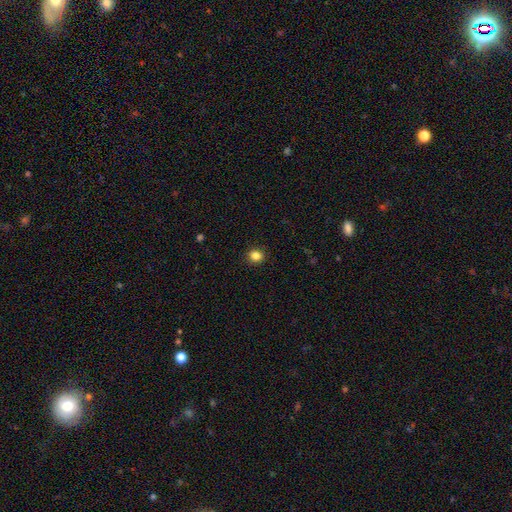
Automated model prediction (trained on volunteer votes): smooth_or_featured: smooth (p=0.84) [alt: star or artifact p=0.11]
how_rounded: round (p=0.80) [alt: in between p=0.19]
merging: none (p=0.91) [alt: minor disturbance p=0.06]